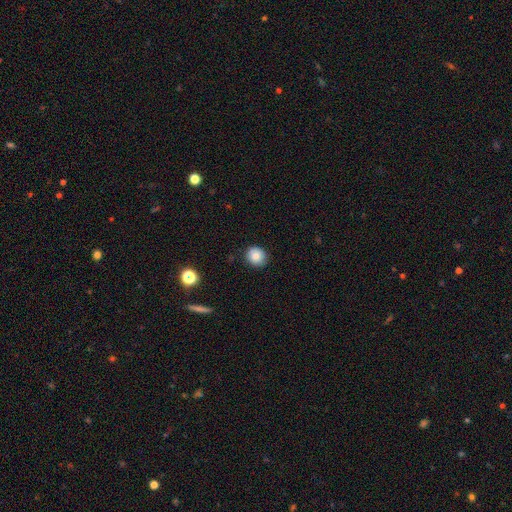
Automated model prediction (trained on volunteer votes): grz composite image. It shows a smooth galaxy with no disk features (83%) that is round (84%). Merging: none (87%).